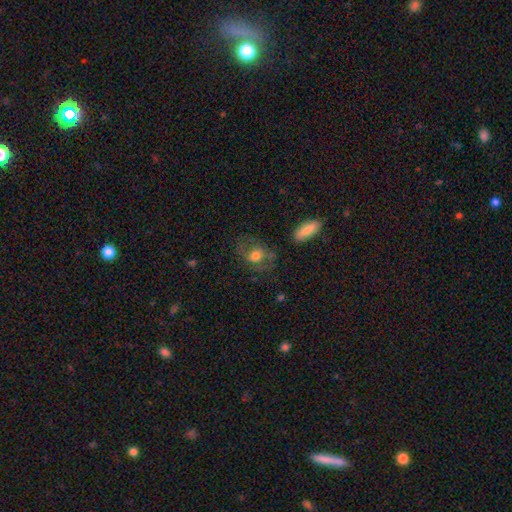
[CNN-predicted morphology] smooth-or-featured: smooth: 52% | featured or disk: 39% | star or artifact: 10%
  how-rounded: in between: 52% | round: 46% | cigar-shaped: 2%
  merging: none: 60% | minor disturbance: 21% | major disturbance: 16% | merger: 3%